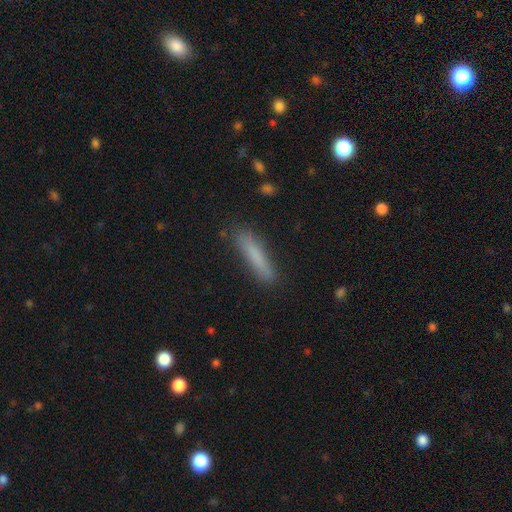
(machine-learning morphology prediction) smooth 80%, featured or disk 13%, star or artifact 7%. Down the decision tree: how rounded — cigar-shaped (87%); merging — none (85%).